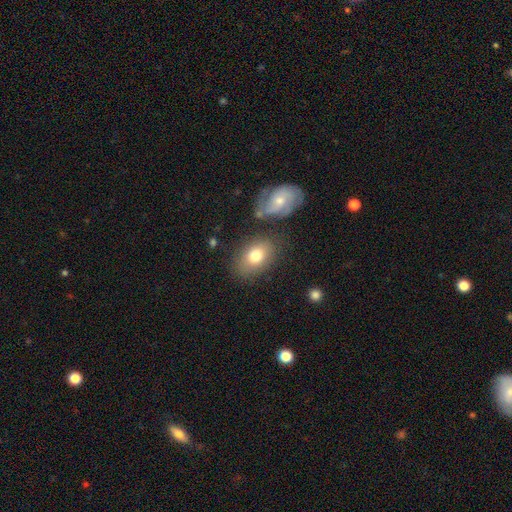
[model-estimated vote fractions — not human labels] Smooth or featured: smooth — 77% (featured or disk — 16%)
How rounded: in between — 81% (round — 18%)
Merging: none — 72% (minor disturbance — 14%)